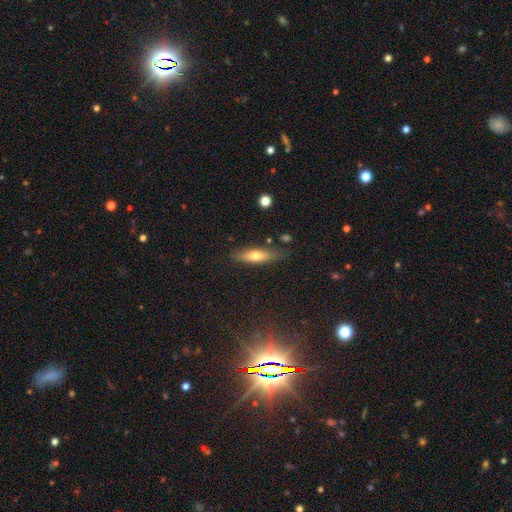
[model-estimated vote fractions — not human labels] A smooth galaxy with no disk features (60%) that is cigar-shaped (63%). Merging: none (77%).